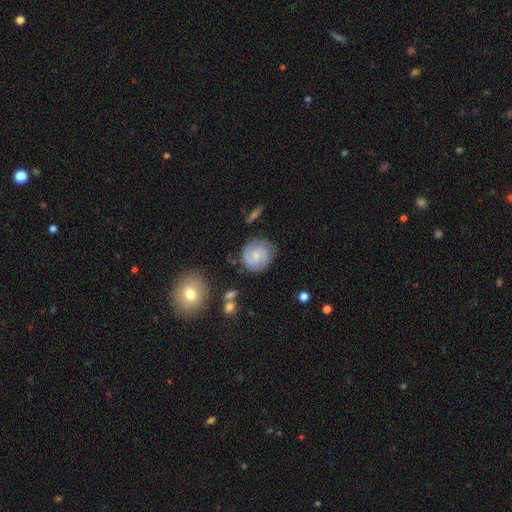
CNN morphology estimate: featured or disk 71%, smooth 23%, star or artifact 6%. Down the decision tree: edge-on disk — no (98%); bar — no (52%); spiral arms — yes (95%); spiral arm count — 2 (78%); spiral winding — tight (47%); bulge size — small (58%); merging — none (79%).